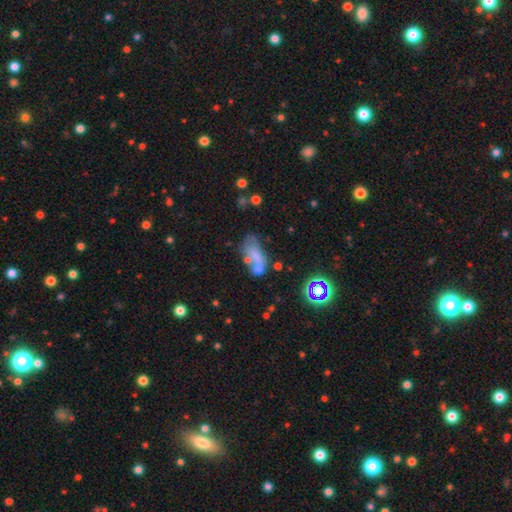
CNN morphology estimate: This is possibly a smooth galaxy (52%). How rounded: clearly in between (86%). Merging: marginally none (31%).